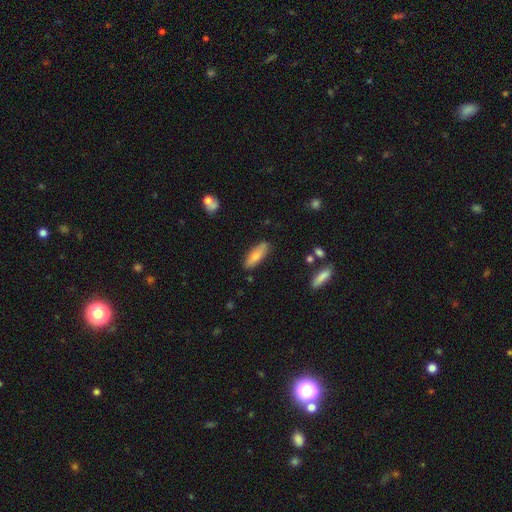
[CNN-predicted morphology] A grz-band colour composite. It shows a smooth galaxy with no disk features (75%) that is in between round and cigar-shaped (55%). Merging: none (83%).